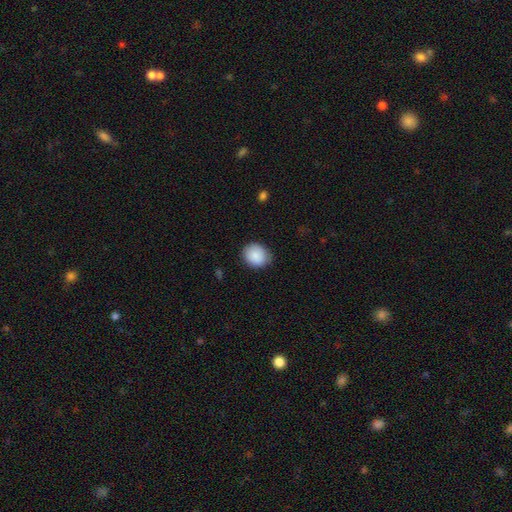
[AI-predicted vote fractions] Smooth or featured? Predicted: smooth (p=0.88). How rounded? Predicted: round (p=0.67). Merging? Predicted: none (p=0.79).